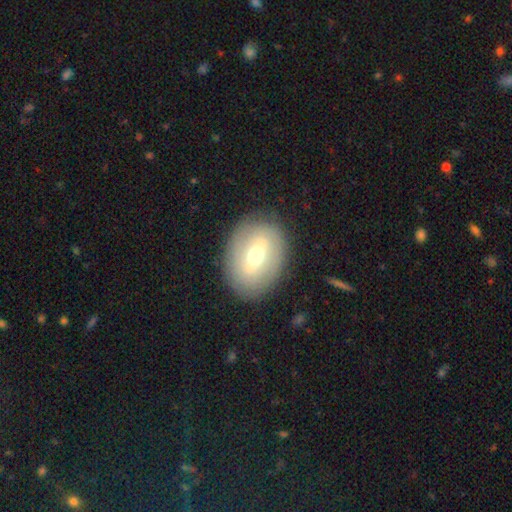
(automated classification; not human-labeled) Morphology: type=featured or disk (53%); edge-on=no (91%); merging=none (85%).